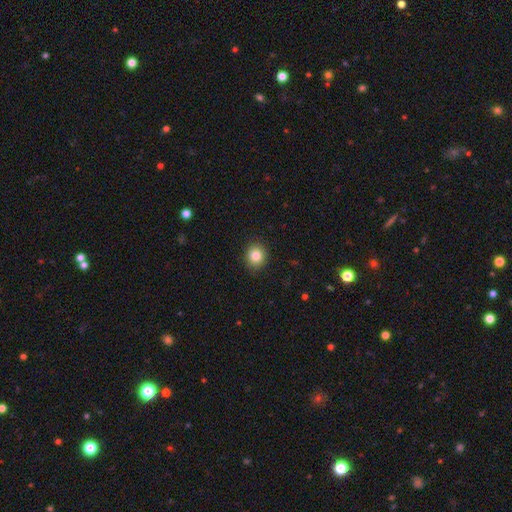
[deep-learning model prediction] The model was most divided on "how rounded": round: 78%, in between: 22%, cigar-shaped: 1%. More confident: merging — none (90%); smooth or featured — smooth (84%).